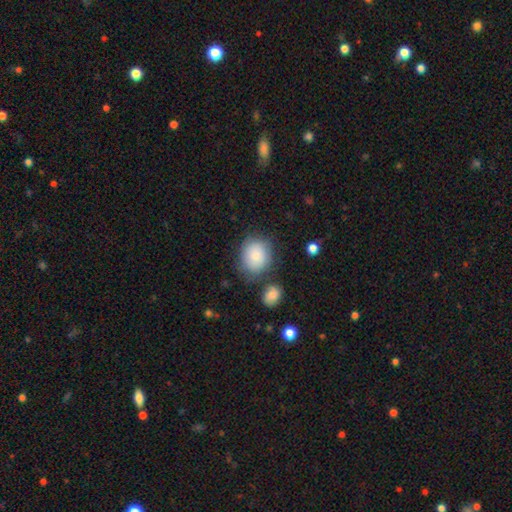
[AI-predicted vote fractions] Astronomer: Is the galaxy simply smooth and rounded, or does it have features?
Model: smooth — 83%.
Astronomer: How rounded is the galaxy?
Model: round — 61% (runner-up: in between, 38%).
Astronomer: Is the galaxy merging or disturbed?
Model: none — 68%.